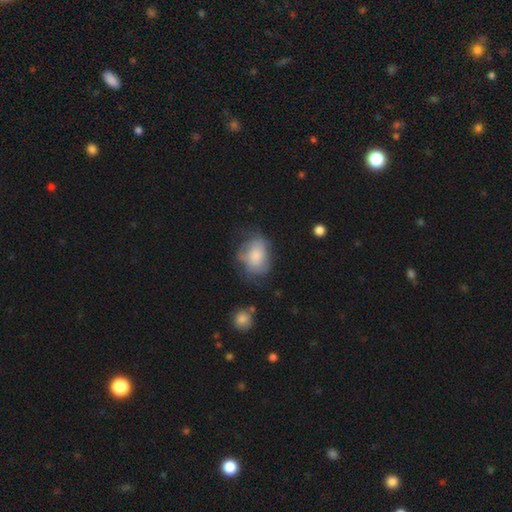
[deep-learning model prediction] Smooth or featured: smooth — 68% (featured or disk — 24%)
How rounded: in between — 64% (round — 35%)
Merging: none — 42% (minor disturbance — 32%)